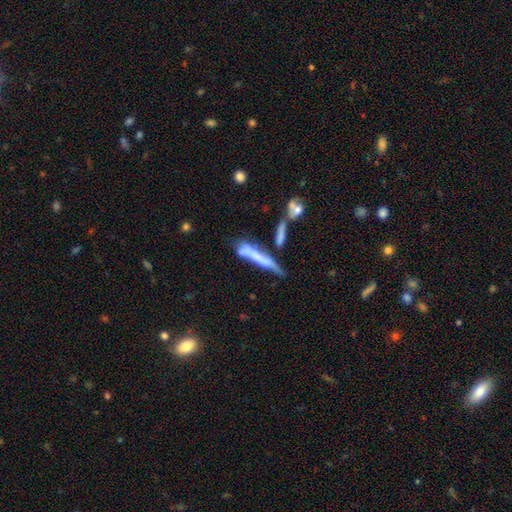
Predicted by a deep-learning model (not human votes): Smooth or featured: smooth — 47% (featured or disk — 42%)
Merging: none — 35% (merger — 26%)